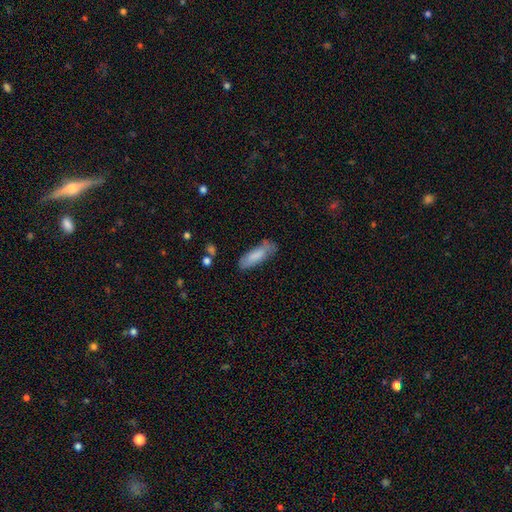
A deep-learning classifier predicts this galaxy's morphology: Smooth or featured: smooth — 80% (featured or disk — 14%)
How rounded: in between — 52% (cigar-shaped — 46%)
Merging: none — 64% (minor disturbance — 26%)